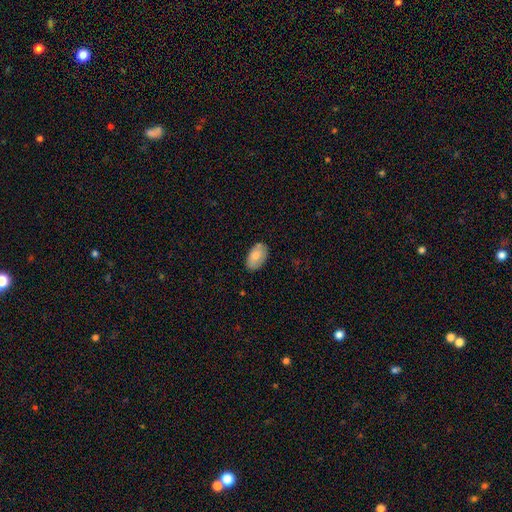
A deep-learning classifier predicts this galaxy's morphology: Smooth or featured? smooth (80%)
How rounded? in between (94%)
Merging? none (78%)